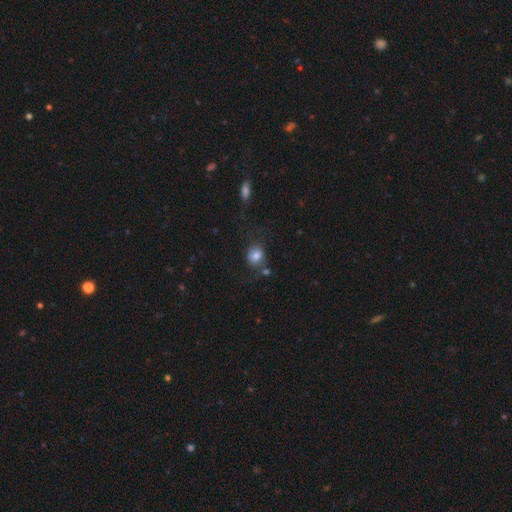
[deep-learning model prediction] Smooth or featured? smooth (80%)
How rounded? round (69%)
Merging? none (63%)